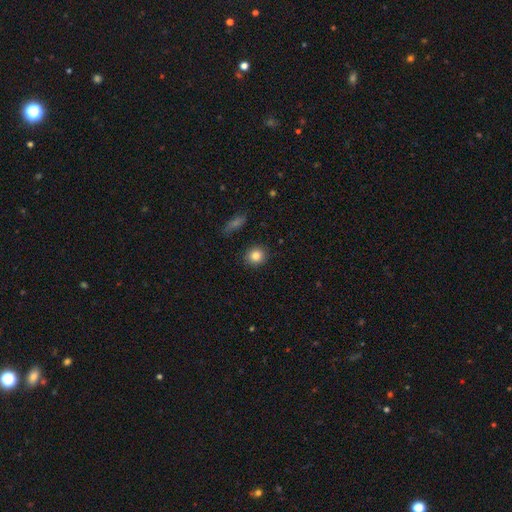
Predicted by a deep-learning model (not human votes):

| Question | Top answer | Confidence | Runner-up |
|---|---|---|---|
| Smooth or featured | smooth | 85% | star or artifact (9%) |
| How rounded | round | 85% | in between (14%) |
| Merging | none | 90% | minor disturbance (7%) |